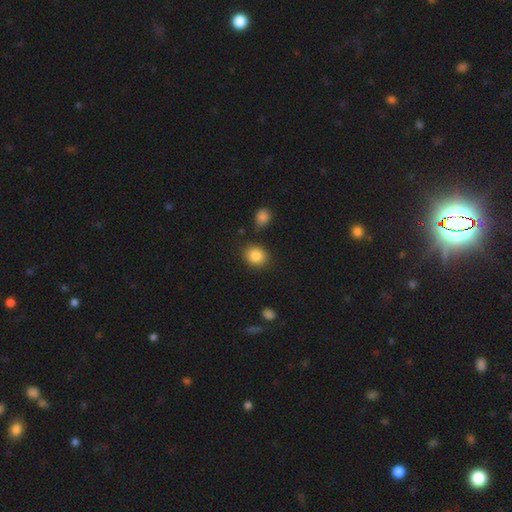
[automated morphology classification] smooth-or-featured: smooth: 86% | star or artifact: 9% | featured or disk: 5%
  how-rounded: round: 68% | in between: 31% | cigar-shaped: 1%
  merging: none: 81% | minor disturbance: 11% | merger: 5% | major disturbance: 3%